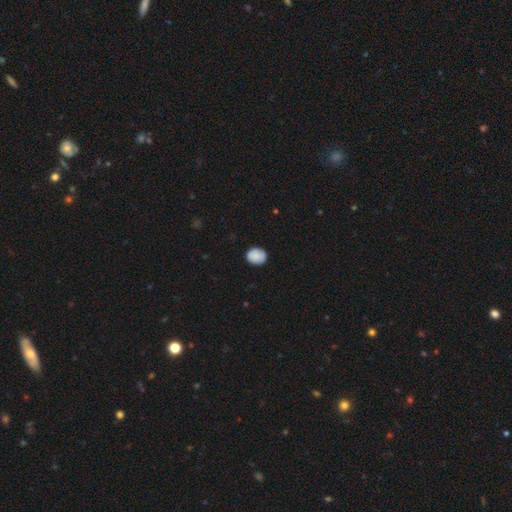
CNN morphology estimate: Overall: smooth (87%). How rounded: round (53%; in between 46%). Merging: none (83%).